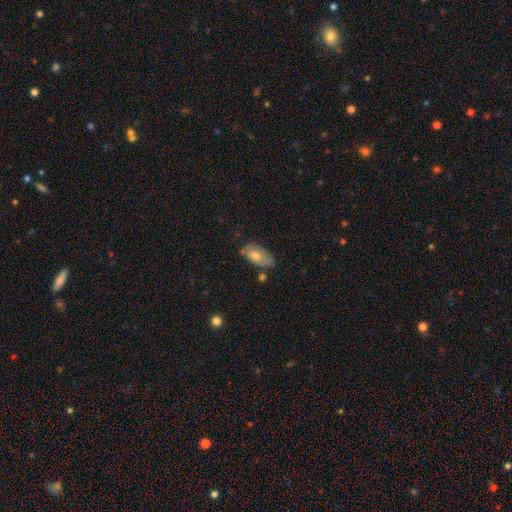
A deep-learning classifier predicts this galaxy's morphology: Smooth or featured? Predicted: smooth (p=0.60). How rounded? Predicted: in between (p=0.91). Merging? Predicted: none (p=0.56).